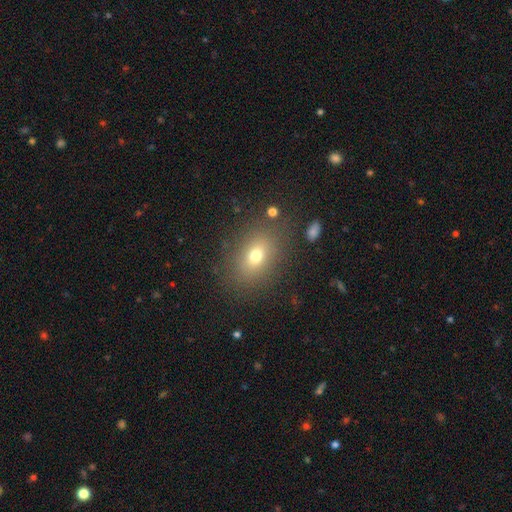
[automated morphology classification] smooth 72%, featured or disk 15%, star or artifact 14%. Down the decision tree: how rounded — in between (74%); merging — none (82%).